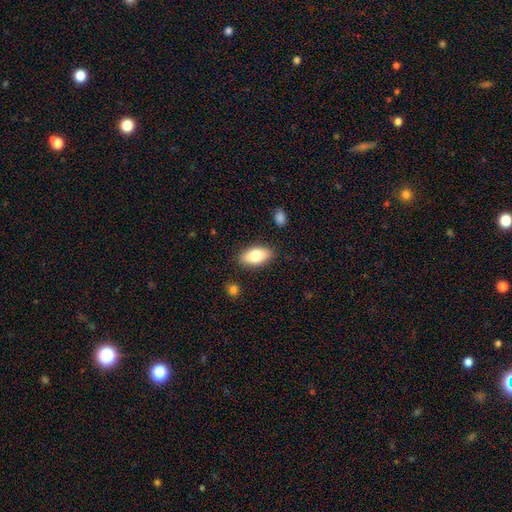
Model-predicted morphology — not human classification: This appears to be a smooth galaxy with no disk features (80%) that is in between round and cigar-shaped (90%). Merging: none (86%).